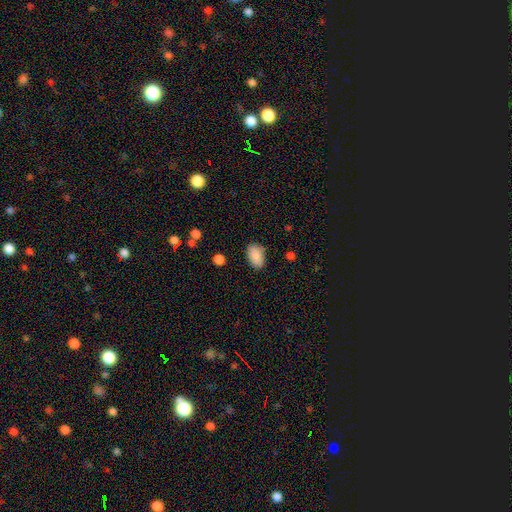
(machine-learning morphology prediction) Smooth or featured? Predicted: smooth (p=0.89). How rounded? Predicted: in between (p=0.90). Merging? Predicted: none (p=0.82).